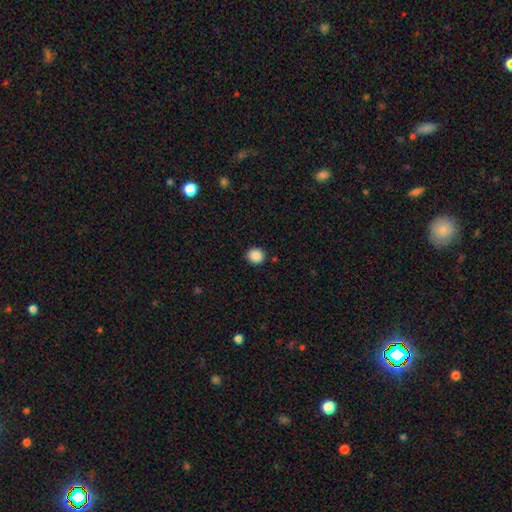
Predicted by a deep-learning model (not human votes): smooth 89%, star or artifact 9%, featured or disk 3%. Down the decision tree: how rounded — round (79%); merging — none (89%).